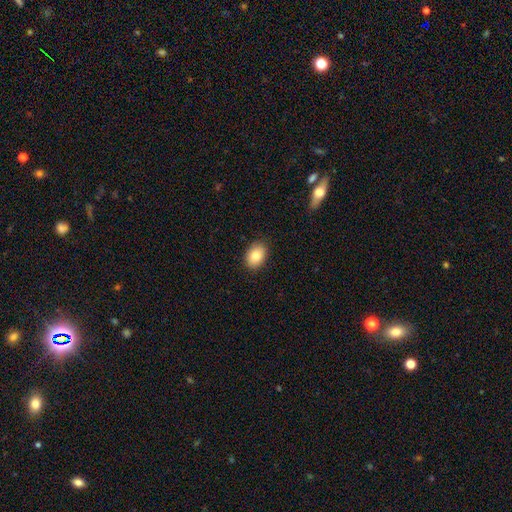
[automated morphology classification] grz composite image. It shows a smooth galaxy with no disk features (84%) that is in between round and cigar-shaped (80%). Merging: none (87%).